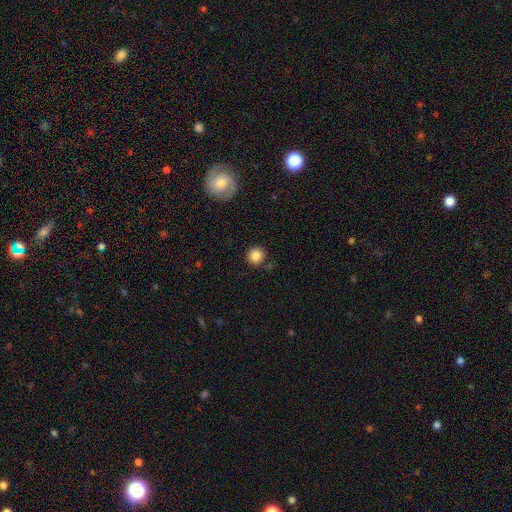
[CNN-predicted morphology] A smooth galaxy with no disk features (85%) that is round (94%). Merging: none (84%).